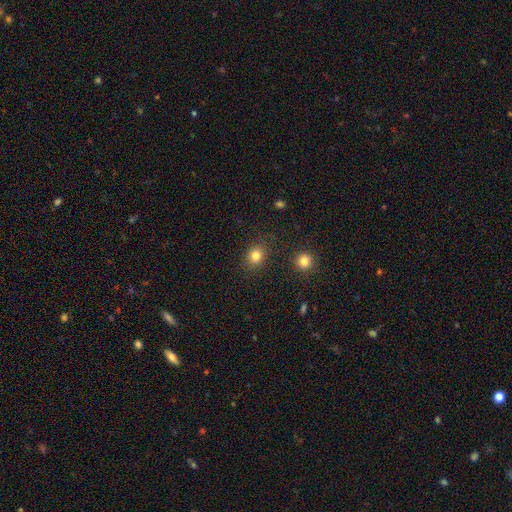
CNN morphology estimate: This is clearly a smooth galaxy (82%). How rounded: likely round (66%). Merging: clearly none (85%).